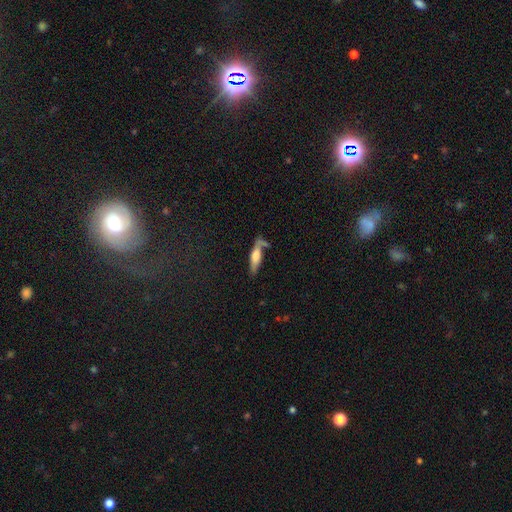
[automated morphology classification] Smooth or featured: smooth — 54% (featured or disk — 39%)
How rounded: cigar-shaped — 66% (in between — 32%)
Merging: none — 50% (minor disturbance — 20%)